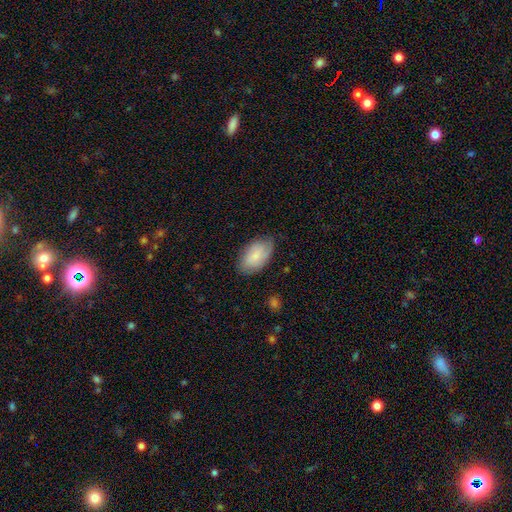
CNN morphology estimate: Smooth or featured? Predicted: smooth (p=0.76). How rounded? Predicted: in between (p=0.94). Merging? Predicted: none (p=0.76).